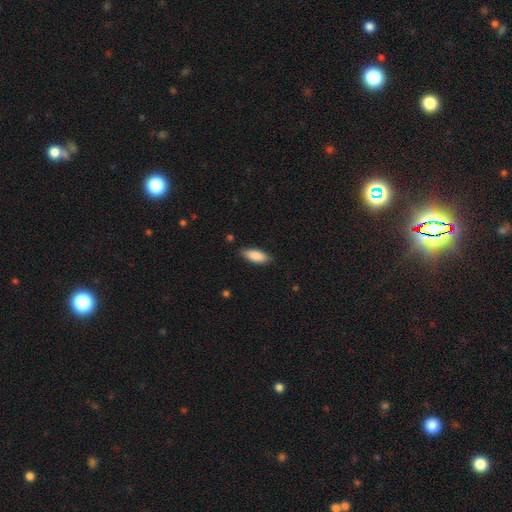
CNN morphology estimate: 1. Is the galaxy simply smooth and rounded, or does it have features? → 87% smooth, 7% featured or disk, 6% star or artifact.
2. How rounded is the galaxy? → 75% in between, 23% cigar-shaped, 2% round.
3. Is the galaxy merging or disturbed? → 86% none, 11% minor disturbance, 2% major disturbance, 1% merger.